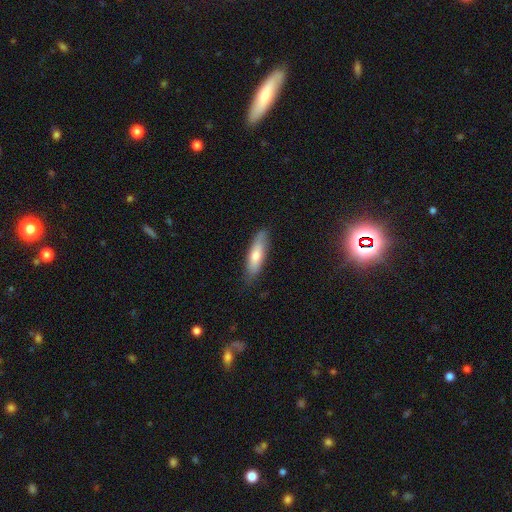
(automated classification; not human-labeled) Smooth or featured? smooth (66%)
How rounded? cigar-shaped (65%)
Merging? none (81%)